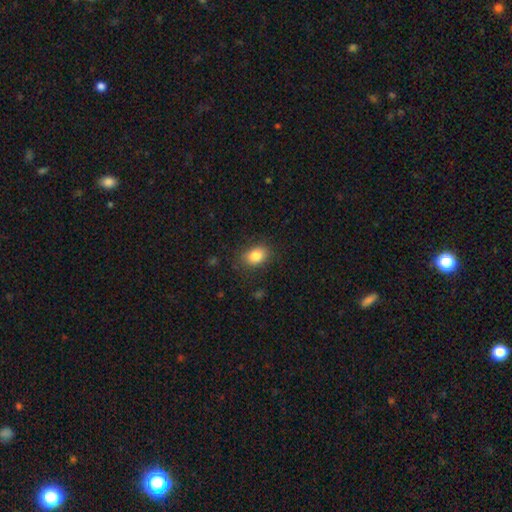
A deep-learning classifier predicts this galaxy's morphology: Q: Smooth or featured?
A: smooth (85%); runner-up: star or artifact (9%)
Q: How rounded?
A: in between (76%); runner-up: round (23%)
Q: Merging?
A: none (83%); runner-up: minor disturbance (12%)